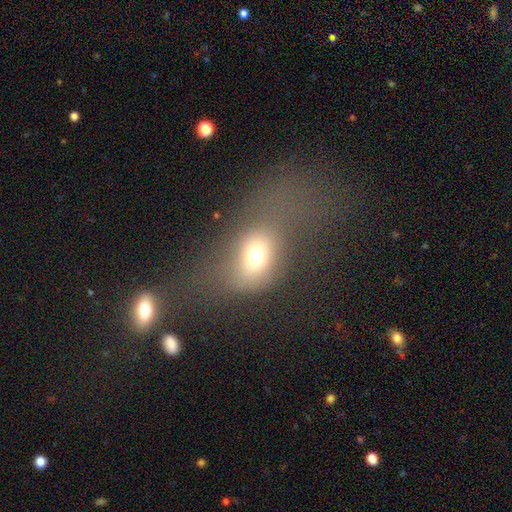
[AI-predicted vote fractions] Smooth or featured? smooth (67%)
How rounded? in between (63%)
Merging? none (38%)